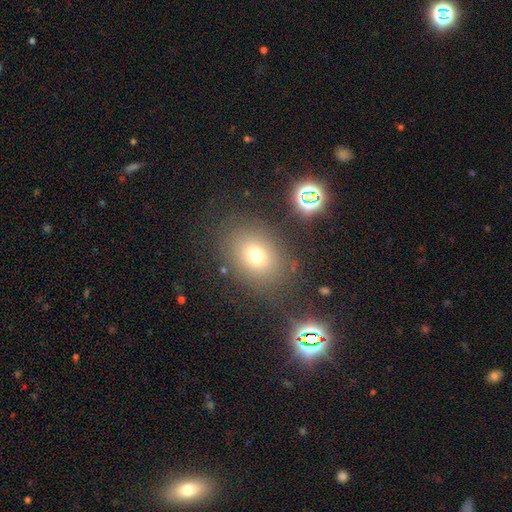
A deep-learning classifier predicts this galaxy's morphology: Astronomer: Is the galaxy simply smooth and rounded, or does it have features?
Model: smooth — 68%.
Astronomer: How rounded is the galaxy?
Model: in between — 57% (runner-up: round, 42%).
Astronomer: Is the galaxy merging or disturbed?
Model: none — 79%.